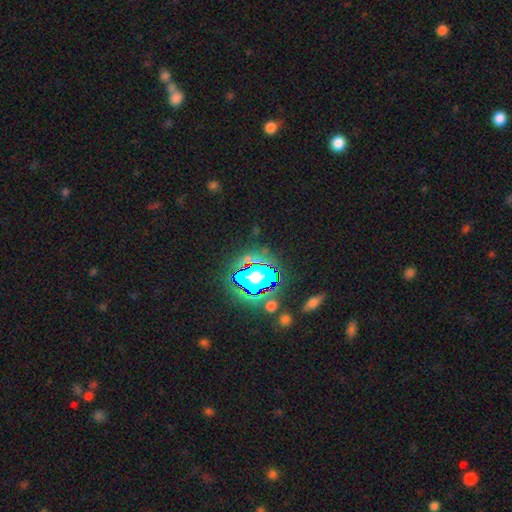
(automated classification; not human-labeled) star or artifact 80%, smooth 13%, featured or disk 8%.